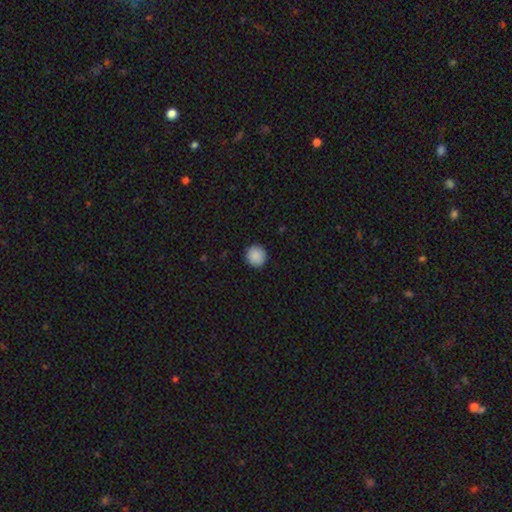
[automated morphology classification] The model was most divided on "smooth or featured": smooth: 90%, star or artifact: 8%, featured or disk: 3%. More confident: how rounded — round (93%); merging — none (92%).